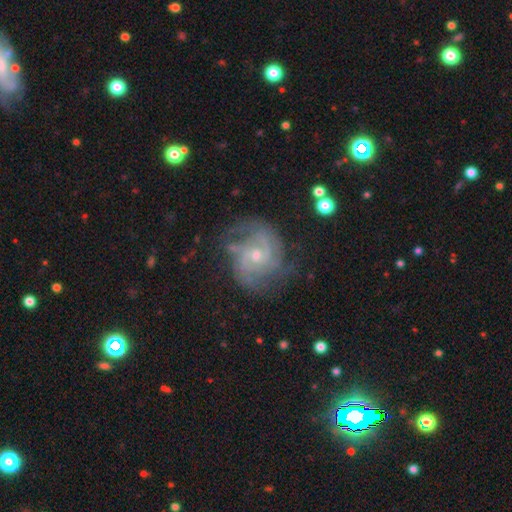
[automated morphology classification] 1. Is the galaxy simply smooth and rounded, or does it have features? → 87% featured or disk, 7% smooth, 6% star or artifact.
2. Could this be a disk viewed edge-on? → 98% no, 2% yes.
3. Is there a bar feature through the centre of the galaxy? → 65% no, 30% weak, 5% strong.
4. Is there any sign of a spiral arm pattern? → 96% yes, 4% no.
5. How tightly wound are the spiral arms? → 48% tight, 42% medium, 11% loose.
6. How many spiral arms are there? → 39% 2, 22% can't tell, 22% 3, 7% 4, 5% 1, 5% more than 4.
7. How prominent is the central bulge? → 57% small, 39% moderate, 2% none, 1% large, 1% dominant.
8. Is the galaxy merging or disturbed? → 65% none, 21% minor disturbance, 12% major disturbance, 2% merger.